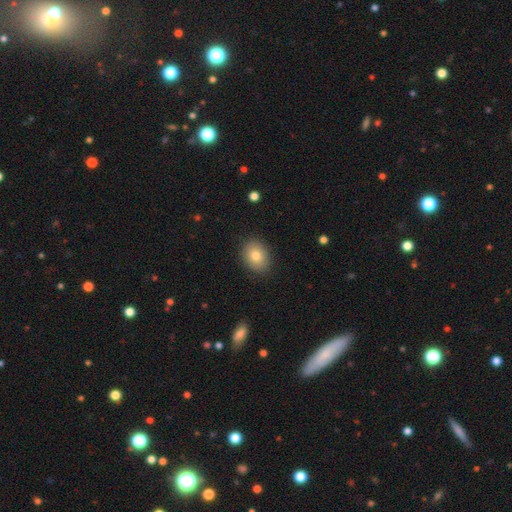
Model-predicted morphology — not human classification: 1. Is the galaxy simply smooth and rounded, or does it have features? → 79% smooth, 12% featured or disk, 9% star or artifact.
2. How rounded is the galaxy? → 61% in between, 38% round, 1% cigar-shaped.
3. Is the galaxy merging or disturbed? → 87% none, 9% minor disturbance, 2% major disturbance, 1% merger.